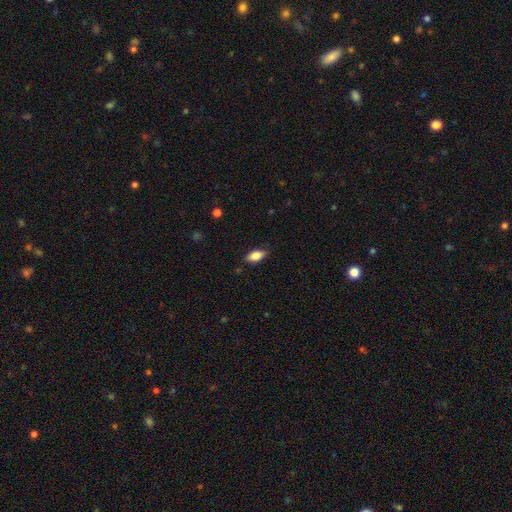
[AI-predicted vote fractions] smooth 83%, featured or disk 10%, star or artifact 7%. Down the decision tree: how rounded — in between (89%); merging — none (83%).